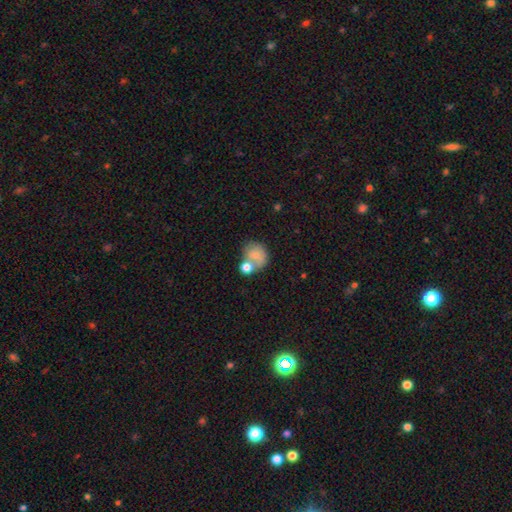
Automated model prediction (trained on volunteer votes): Smooth or featured? Predicted: smooth (p=0.72). How rounded? Predicted: round (p=0.67). Merging? Predicted: merger (p=0.39).